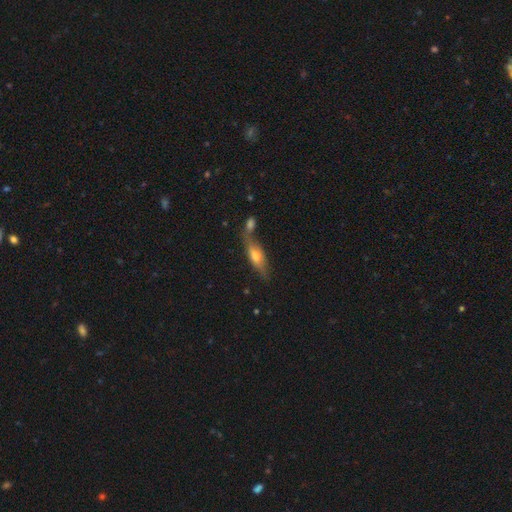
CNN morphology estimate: This is possibly a featured or disk galaxy (48%). Merging: possibly none (54%).